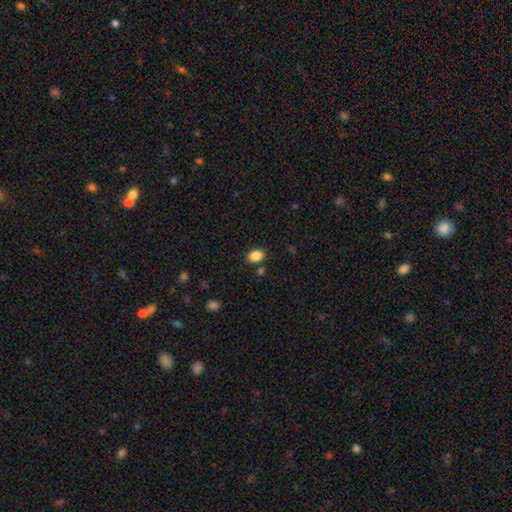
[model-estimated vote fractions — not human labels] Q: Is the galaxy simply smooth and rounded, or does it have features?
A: smooth — 87%.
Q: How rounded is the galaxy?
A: in between — 80%.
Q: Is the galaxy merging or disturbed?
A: none — 83%.